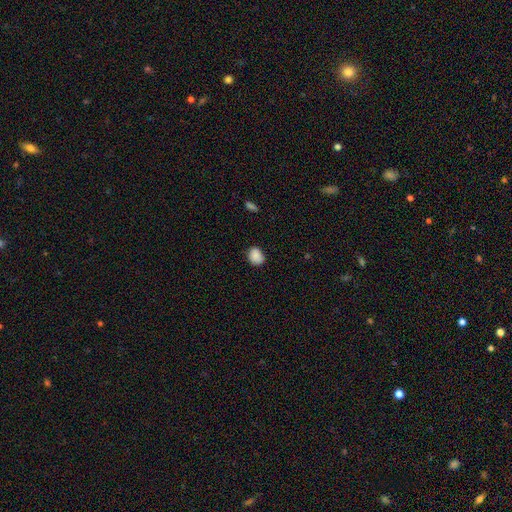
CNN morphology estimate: A smooth galaxy with no disk features (87%) that is round (53%). Merging: none (79%).